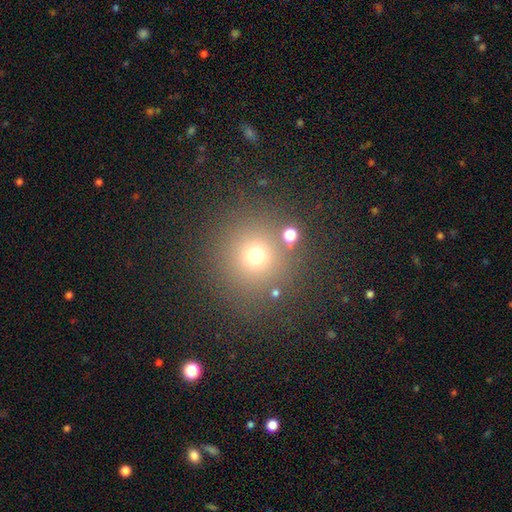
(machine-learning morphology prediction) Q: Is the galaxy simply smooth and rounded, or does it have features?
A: smooth — 68%.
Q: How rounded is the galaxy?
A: round — 93%.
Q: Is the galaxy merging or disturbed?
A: none — 80%.